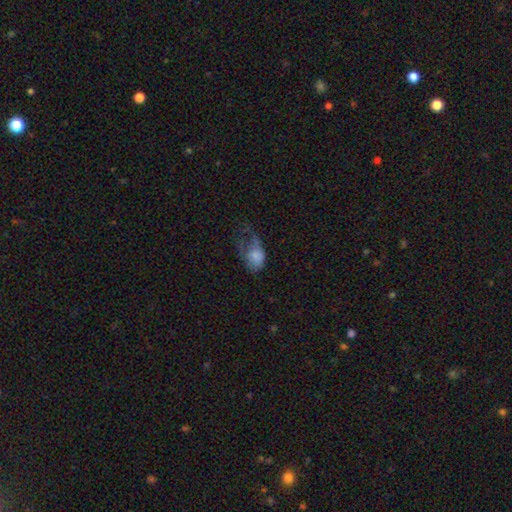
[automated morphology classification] Smooth or featured? Predicted: smooth (p=0.68). How rounded? Predicted: in between (p=0.79). Merging? Predicted: major disturbance (p=0.56).